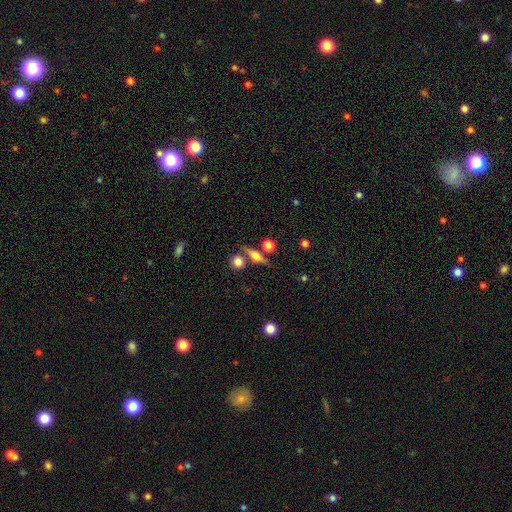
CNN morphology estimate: smooth-or-featured: featured or disk: 54% | smooth: 35% | star or artifact: 10%
  disk-edge-on: yes: 93% | no: 7%
    edge-on-bulge: rounded: 90% | boxy: 7% | none: 4%
  merging: none: 75% | minor disturbance: 11% | merger: 10% | major disturbance: 4%